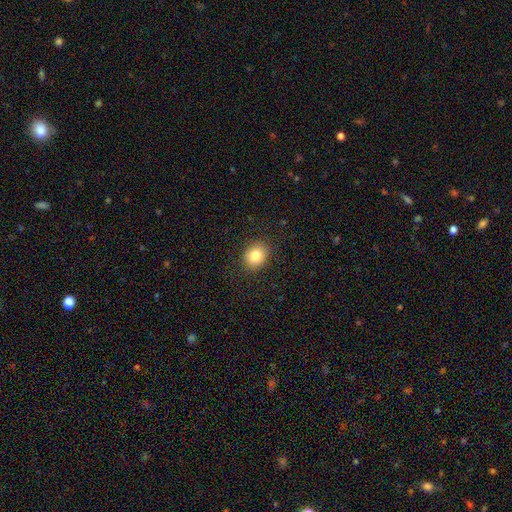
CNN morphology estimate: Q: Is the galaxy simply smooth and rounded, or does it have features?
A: smooth — 82%.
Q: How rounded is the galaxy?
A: round — 59%.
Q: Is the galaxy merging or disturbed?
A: none — 88%.